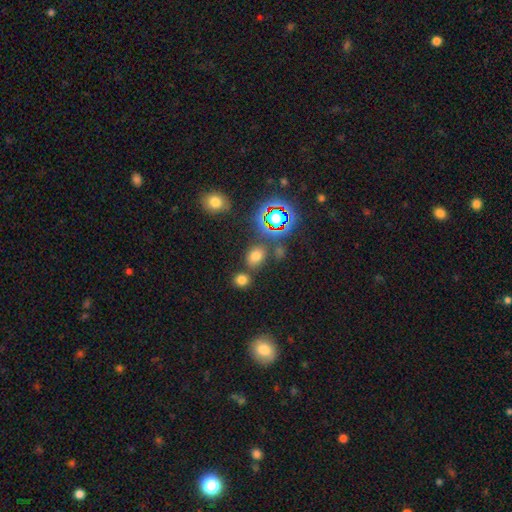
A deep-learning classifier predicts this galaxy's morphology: type=smooth (69%); roundness=in between (60%); merging=none (73%).